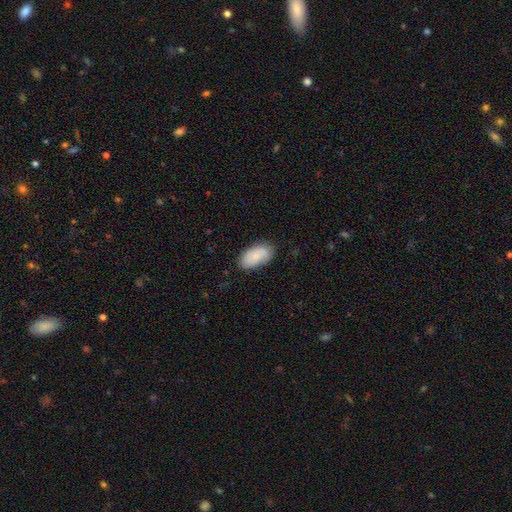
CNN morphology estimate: Smooth or featured?
  - smooth: 78% *
  - featured or disk: 15%
  - star or artifact: 6%
How rounded?
  - in between: 94% *
  - cigar-shaped: 3%
  - round: 3%
Merging?
  - none: 77% *
  - minor disturbance: 18%
  - major disturbance: 4%
  - merger: 1%